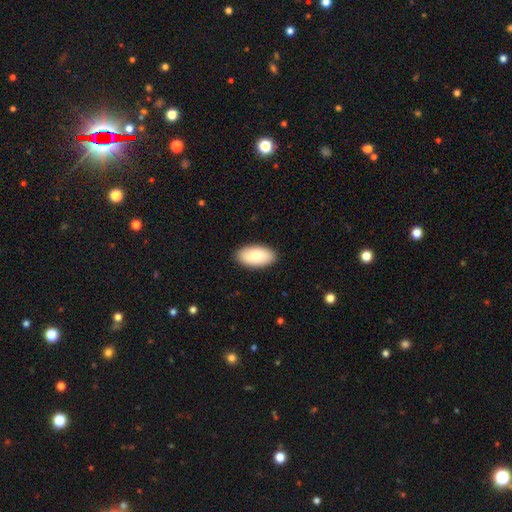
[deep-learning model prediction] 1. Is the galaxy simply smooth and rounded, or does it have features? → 87% smooth, 8% featured or disk, 6% star or artifact.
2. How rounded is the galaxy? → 95% in between, 3% cigar-shaped, 2% round.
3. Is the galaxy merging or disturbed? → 89% none, 8% minor disturbance, 2% major disturbance, 1% merger.